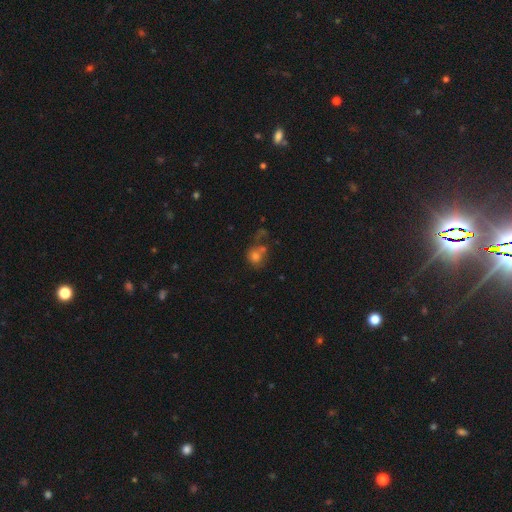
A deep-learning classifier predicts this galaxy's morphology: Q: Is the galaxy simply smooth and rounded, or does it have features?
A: smooth — 65%.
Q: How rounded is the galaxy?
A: round — 78%.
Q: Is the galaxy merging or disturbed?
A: none — 43%.